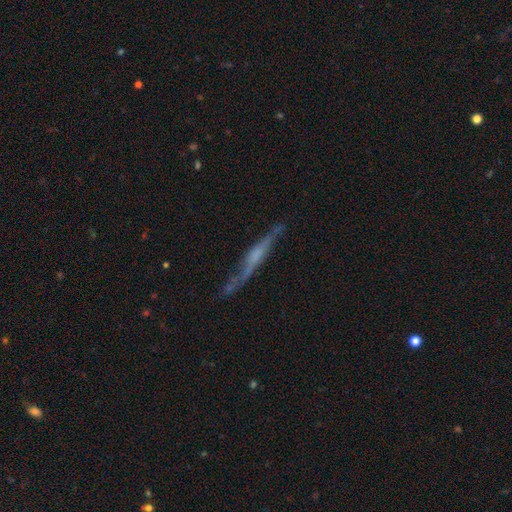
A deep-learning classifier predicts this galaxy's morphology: Smooth or featured: featured or disk — 68% (smooth — 24%)
Edge-on disk: yes — 81% (no — 19%)
Edge-on bulge: rounded — 39% (none — 33%)
Merging: none — 58% (minor disturbance — 25%)